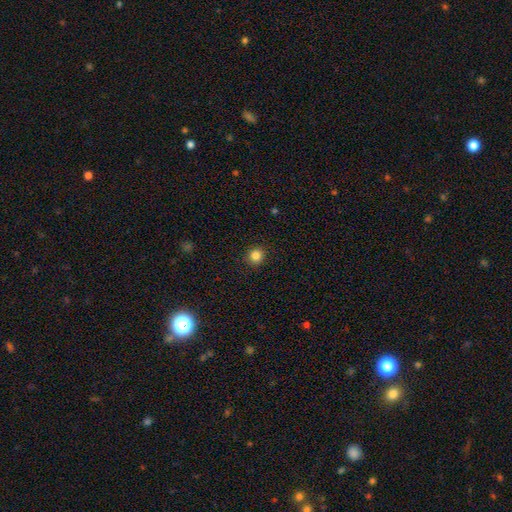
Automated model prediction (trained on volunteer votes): smooth_or_featured: smooth (p=0.84) [alt: star or artifact p=0.12]
how_rounded: round (p=0.92) [alt: in between p=0.07]
merging: none (p=0.91) [alt: minor disturbance p=0.06]